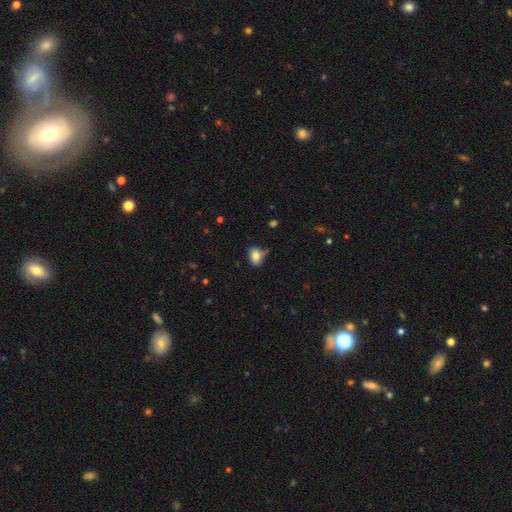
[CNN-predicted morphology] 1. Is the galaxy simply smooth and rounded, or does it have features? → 80% smooth, 10% star or artifact, 10% featured or disk.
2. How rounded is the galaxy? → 54% in between, 45% round, 1% cigar-shaped.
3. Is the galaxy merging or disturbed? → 60% none, 28% minor disturbance, 6% major disturbance, 5% merger.